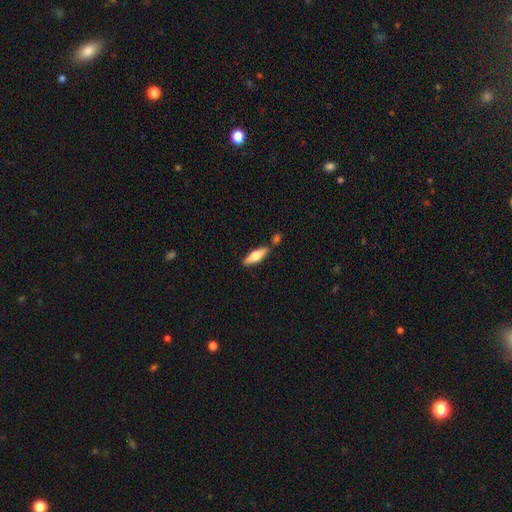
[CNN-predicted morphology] Smooth or featured? Predicted: smooth (p=0.57). How rounded? Predicted: cigar-shaped (p=0.55). Merging? Predicted: none (p=0.77).